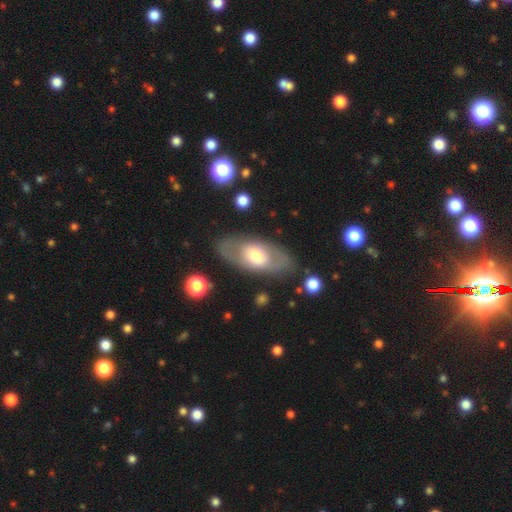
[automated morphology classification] smooth-or-featured: smooth: 48% | featured or disk: 46% | star or artifact: 6%
  merging: none: 80% | minor disturbance: 12% | major disturbance: 5% | merger: 2%